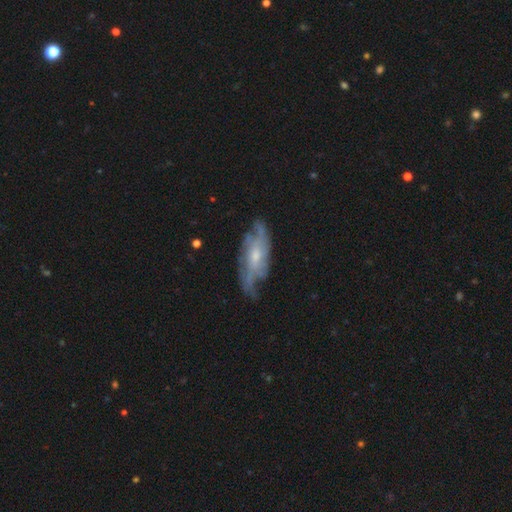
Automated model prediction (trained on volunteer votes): featured or disk 77%, smooth 17%, star or artifact 6%. Down the decision tree: edge-on disk — no (85%); bar — no (66%); spiral arms — yes (87%); spiral arm count — can't tell (43%); spiral winding — medium (40%); bulge size — moderate (48%); merging — none (64%).